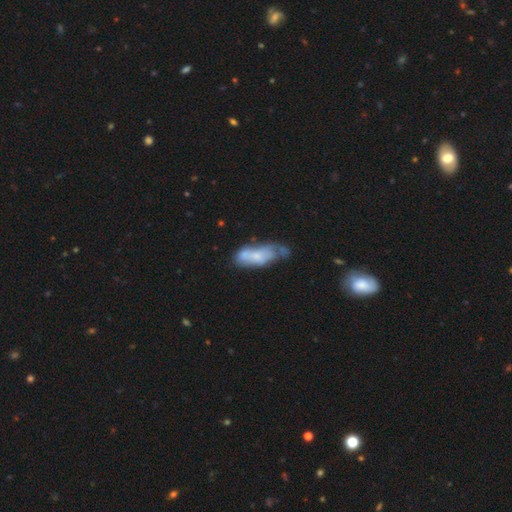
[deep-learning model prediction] Q: Smooth or featured?
A: smooth (50%); runner-up: featured or disk (42%)
Q: Merging?
A: none (31%); runner-up: minor disturbance (30%)